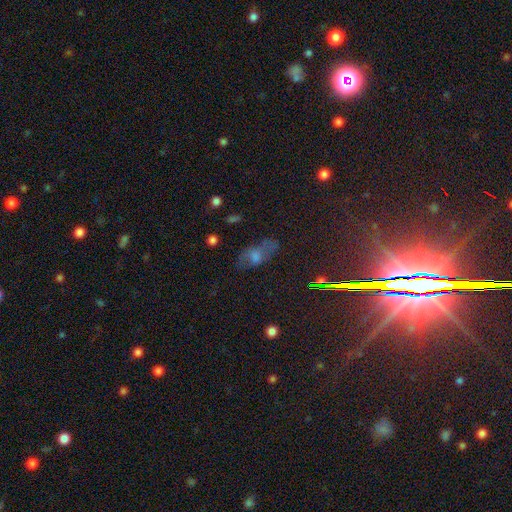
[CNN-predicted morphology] Smooth or featured? Predicted: smooth (p=0.40). Merging? Predicted: none (p=0.64).